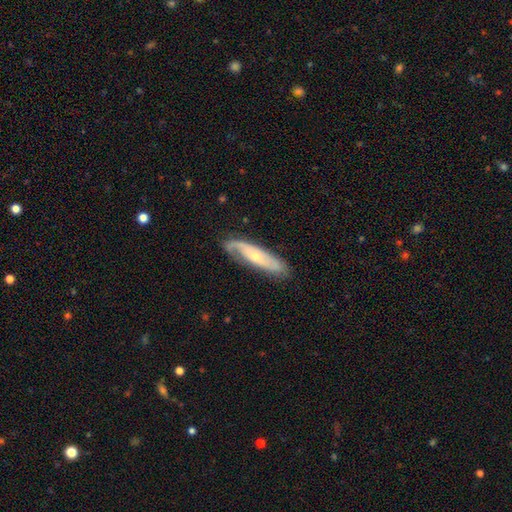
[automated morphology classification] This is likely a featured or disk galaxy (64%). It is likely not viewed edge-on (72%). Merging: likely none (71%).